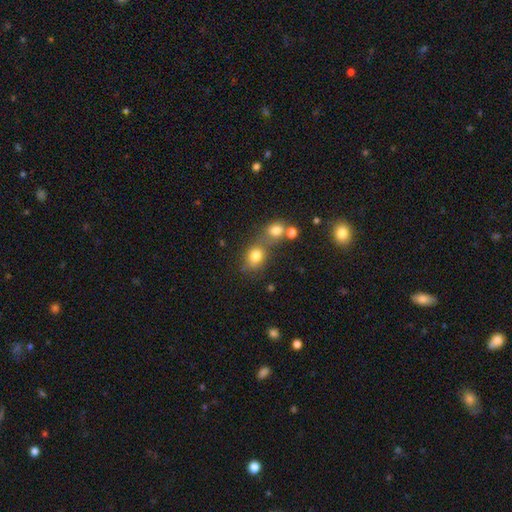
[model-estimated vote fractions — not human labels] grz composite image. It shows a smooth galaxy with no disk features (79%) that is round (61%). Merging: none (46%).